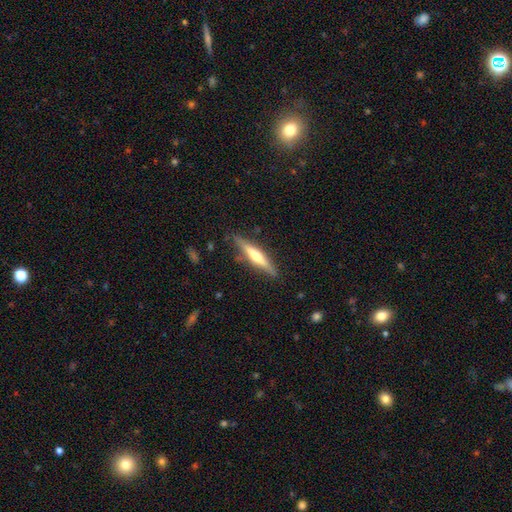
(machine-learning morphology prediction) smooth-or-featured: featured or disk: 58% | smooth: 36% | star or artifact: 6%
  disk-edge-on: yes: 96% | no: 4%
    edge-on-bulge: rounded: 77% | none: 13% | boxy: 10%
  merging: none: 85% | minor disturbance: 11% | major disturbance: 2% | merger: 2%